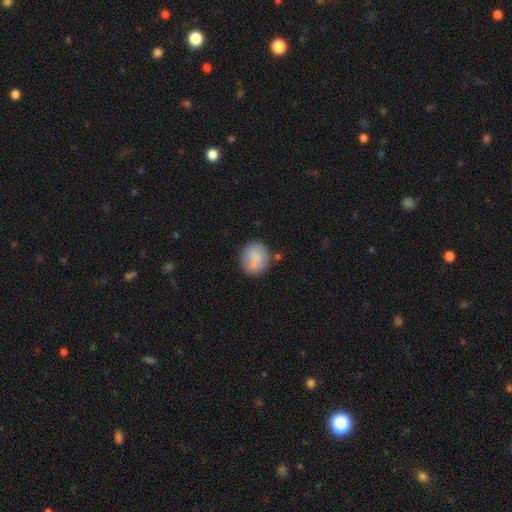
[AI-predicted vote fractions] smooth 81%, featured or disk 12%, star or artifact 7%. Down the decision tree: how rounded — round (86%); merging — none (69%).